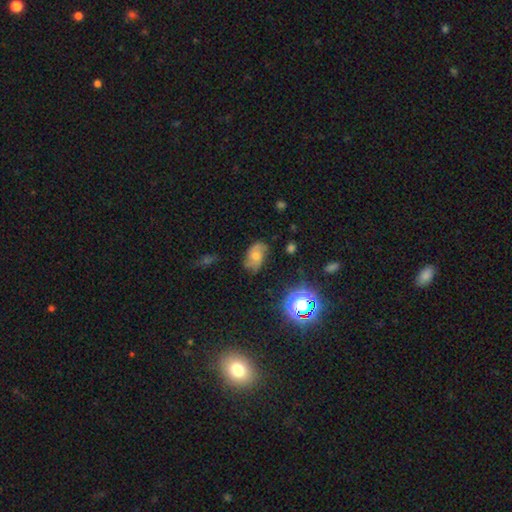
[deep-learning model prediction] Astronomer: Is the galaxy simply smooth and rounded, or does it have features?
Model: featured or disk — 45% (runner-up: smooth, 37%).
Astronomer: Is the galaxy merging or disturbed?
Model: none — 66%.